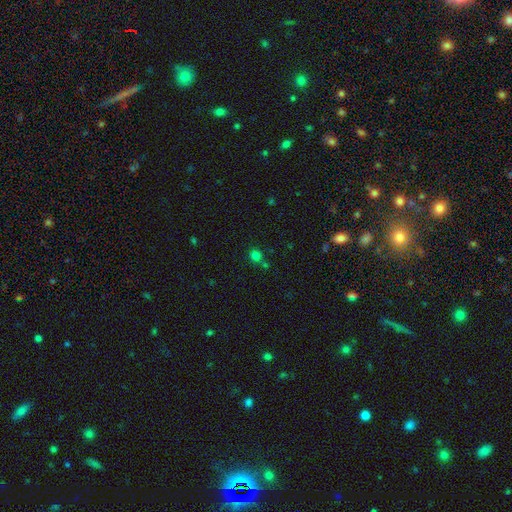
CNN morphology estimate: This appears to be a smooth galaxy with no disk features (74%) that is round (84%). Merging: none (74%).